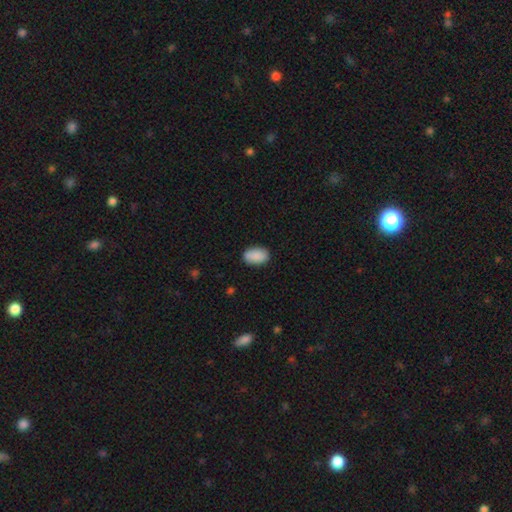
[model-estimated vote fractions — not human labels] Q: Smooth or featured?
A: smooth (89%); runner-up: star or artifact (7%)
Q: How rounded?
A: in between (92%); runner-up: round (6%)
Q: Merging?
A: none (85%); runner-up: minor disturbance (12%)